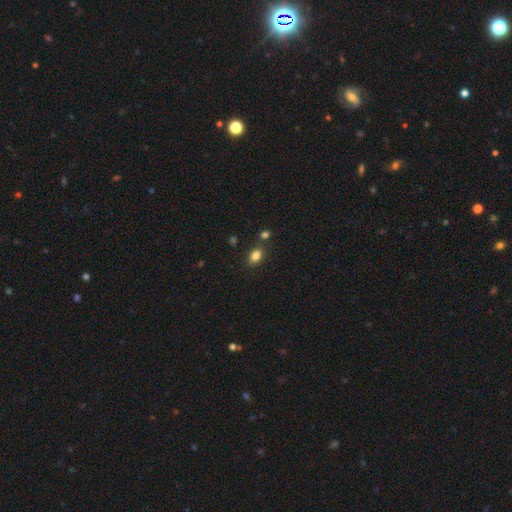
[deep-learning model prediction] smooth 83%, star or artifact 11%, featured or disk 6%. Down the decision tree: how rounded — in between (76%); merging — none (77%).